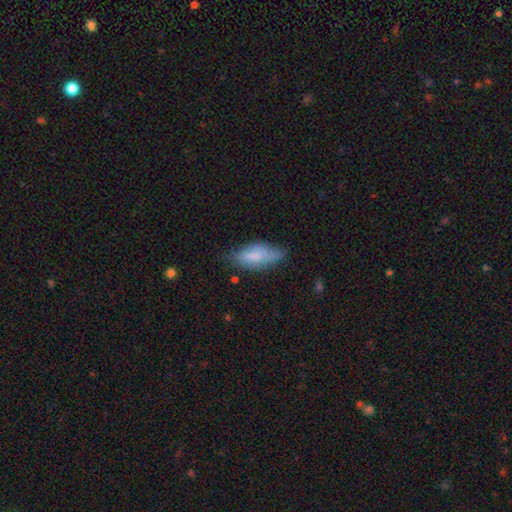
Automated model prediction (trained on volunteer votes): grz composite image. It shows a smooth galaxy with no disk features (65%) that is in between round and cigar-shaped (70%). Merging: none (54%).